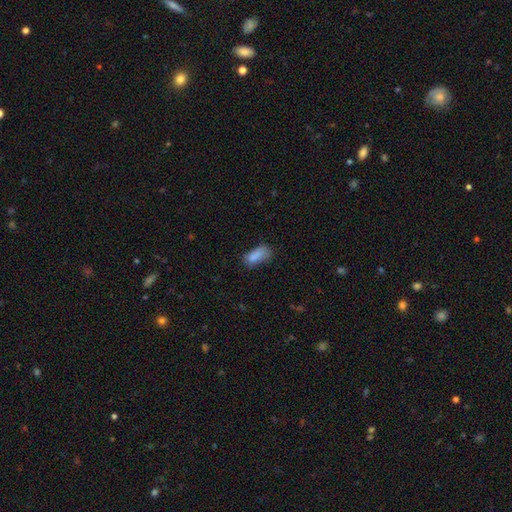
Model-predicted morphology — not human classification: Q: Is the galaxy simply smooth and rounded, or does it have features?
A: smooth — 84%.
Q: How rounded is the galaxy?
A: in between — 85%.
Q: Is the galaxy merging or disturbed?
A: none — 52%.